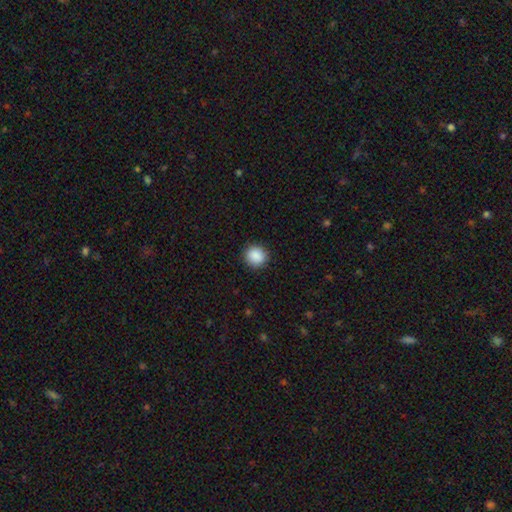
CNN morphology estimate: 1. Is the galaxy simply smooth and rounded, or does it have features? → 89% smooth, 8% star or artifact, 3% featured or disk.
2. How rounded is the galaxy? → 91% round, 8% in between, 1% cigar-shaped.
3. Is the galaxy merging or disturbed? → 91% none, 6% minor disturbance, 2% major disturbance, 1% merger.